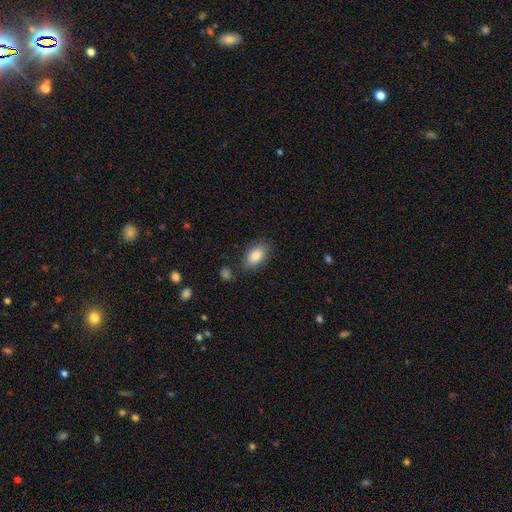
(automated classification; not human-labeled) smooth 86%, featured or disk 7%, star or artifact 7%. Down the decision tree: how rounded — in between (92%); merging — none (80%).